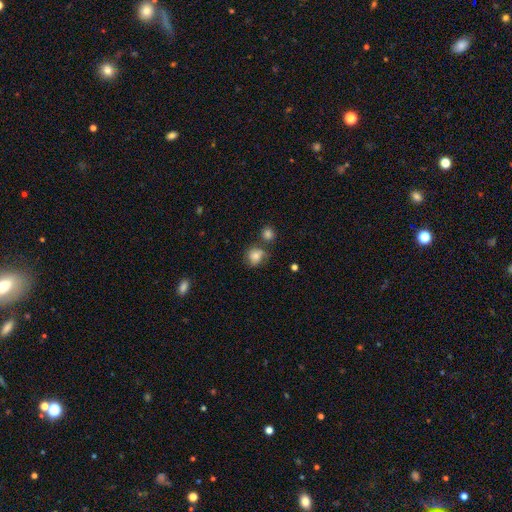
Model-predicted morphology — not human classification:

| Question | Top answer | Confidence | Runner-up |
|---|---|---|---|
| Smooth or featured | smooth | 75% | featured or disk (15%) |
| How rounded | round | 76% | in between (23%) |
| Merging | none | 55% | minor disturbance (20%) |